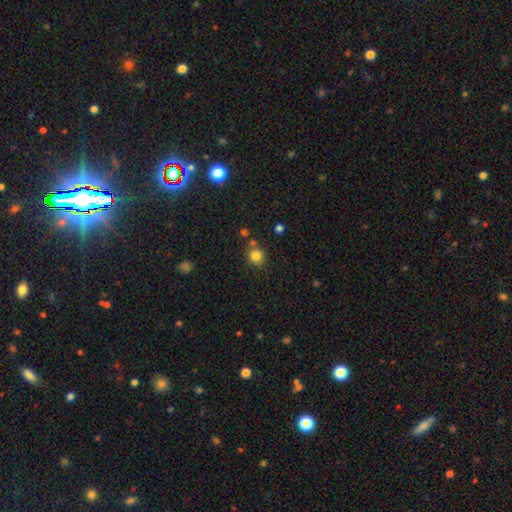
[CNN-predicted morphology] The model was most divided on "how rounded": round: 77%, in between: 22%, cigar-shaped: 1%. More confident: smooth or featured — smooth (82%); merging — none (76%).